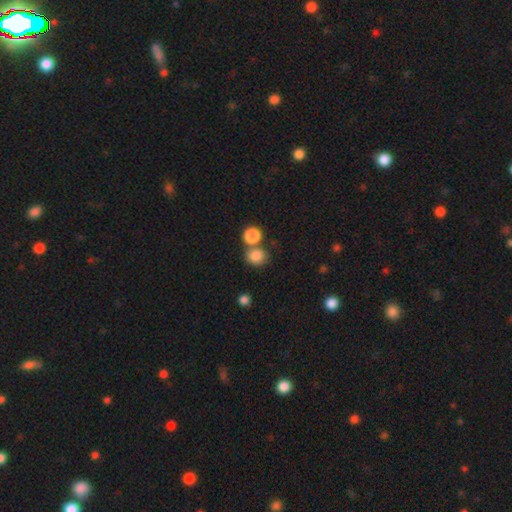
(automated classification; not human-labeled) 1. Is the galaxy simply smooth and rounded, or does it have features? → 84% smooth, 10% star or artifact, 6% featured or disk.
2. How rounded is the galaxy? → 70% round, 29% in between, 1% cigar-shaped.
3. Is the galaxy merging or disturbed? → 50% none, 37% merger, 9% minor disturbance, 4% major disturbance.